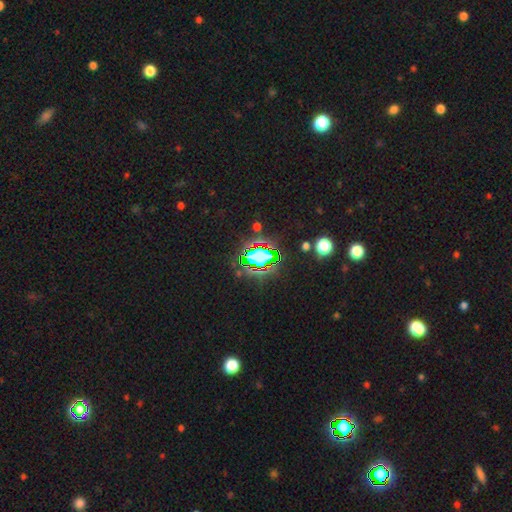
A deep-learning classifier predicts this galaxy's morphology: smooth-or-featured: star or artifact: 67% | smooth: 20% | featured or disk: 13%